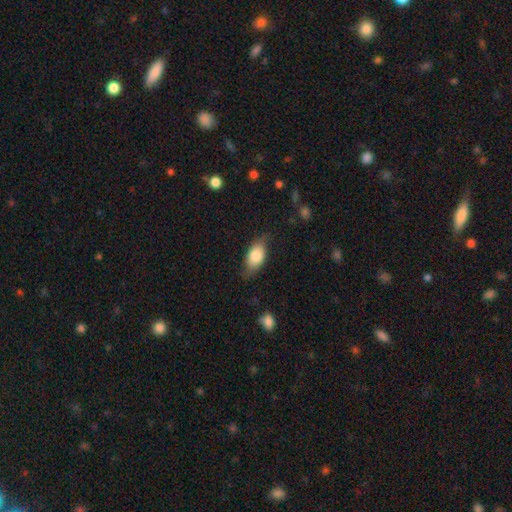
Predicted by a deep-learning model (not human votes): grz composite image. It shows a smooth galaxy with no disk features (79%) that is in between round and cigar-shaped (87%). Merging: none (68%).